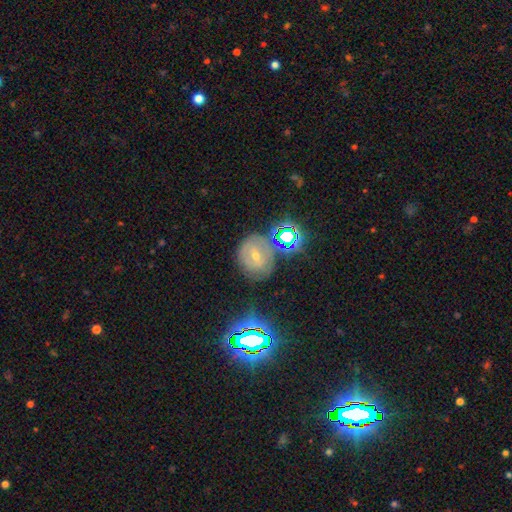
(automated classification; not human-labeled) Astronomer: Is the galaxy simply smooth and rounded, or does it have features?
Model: featured or disk — 45% (runner-up: smooth, 34%).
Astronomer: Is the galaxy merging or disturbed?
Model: none — 63%.